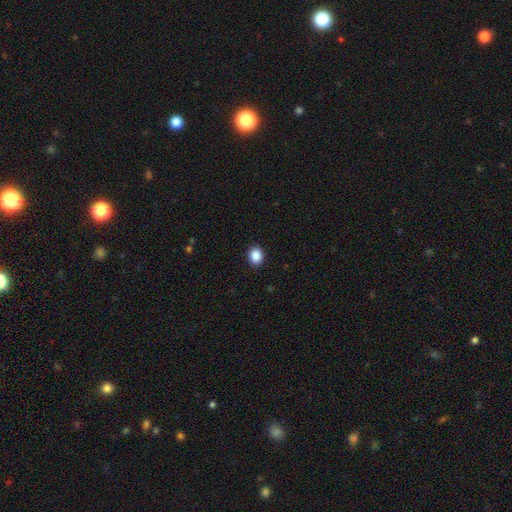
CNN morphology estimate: A smooth galaxy with no disk features (88%) that is round (59%).

Vote fractions:
- Smooth or featured? smooth: 88% / star or artifact: 9% / featured or disk: 3%
- How rounded? round: 59% / in between: 40% / cigar-shaped: 1%
- Merging? none: 91% / minor disturbance: 6% / major disturbance: 2% / merger: 1%